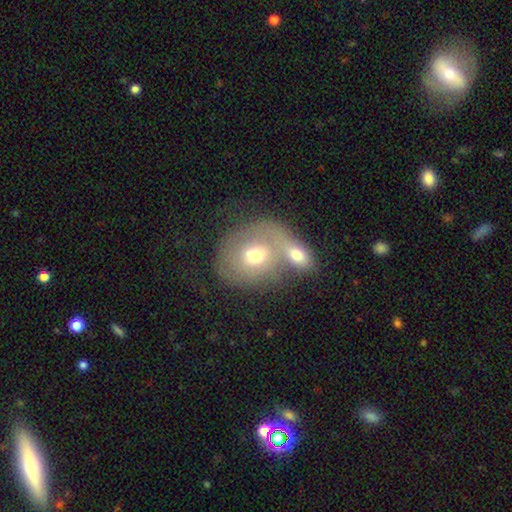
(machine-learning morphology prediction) smooth 58%, featured or disk 32%, star or artifact 10%. Down the decision tree: how rounded — round (63%); merging — merger (57%).